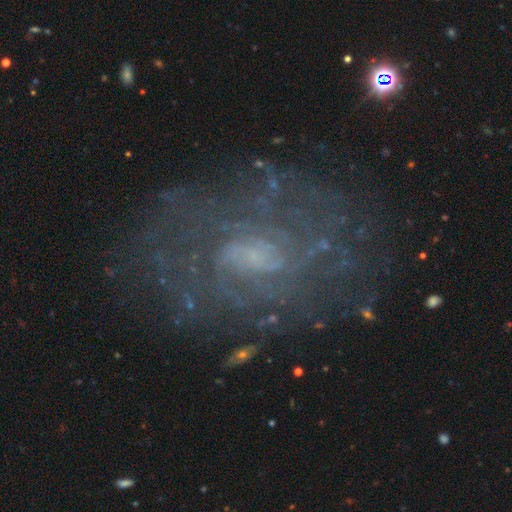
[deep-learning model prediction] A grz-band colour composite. It shows a featured or disk galaxy (70%) with no bar (49%), spiral arms (68%) and a small central bulge (53%). Merging: none (74%).